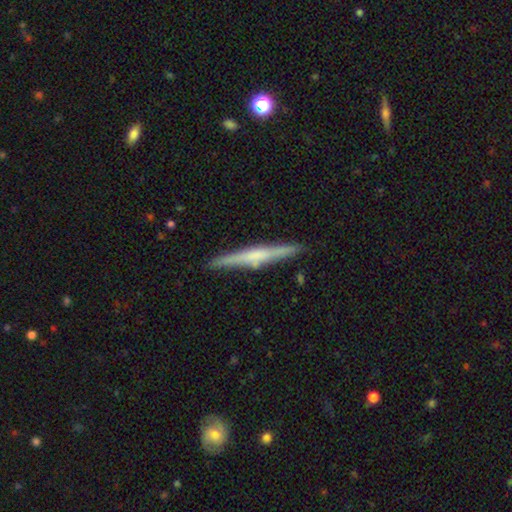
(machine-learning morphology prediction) A featured or disk galaxy (61%) viewed edge-on (98%) with a rounded central bulge (41%). Merging: none (89%).